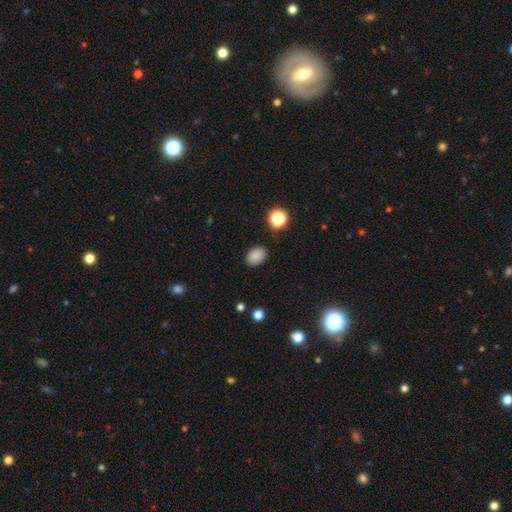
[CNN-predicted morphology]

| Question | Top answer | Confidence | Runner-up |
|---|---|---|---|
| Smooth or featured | smooth | 85% | star or artifact (11%) |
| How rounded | in between | 70% | round (29%) |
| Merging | none | 85% | minor disturbance (10%) |